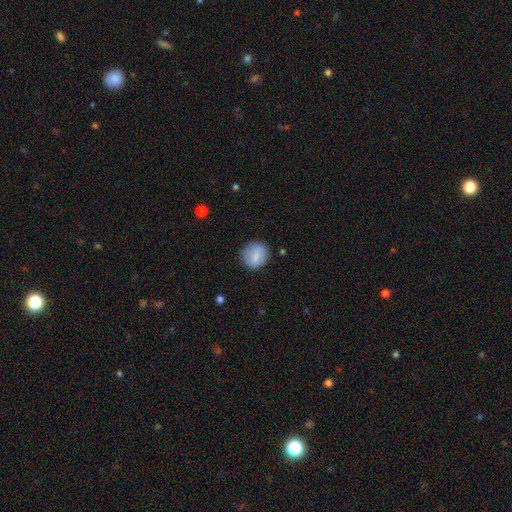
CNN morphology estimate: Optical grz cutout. It shows a smooth galaxy with no disk features (75%) that is round (84%). Merging: none (85%).